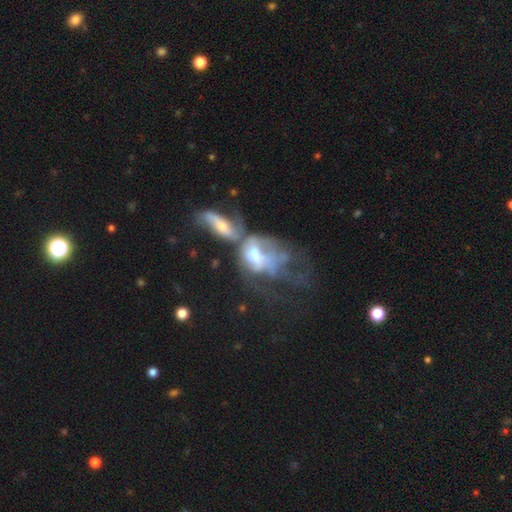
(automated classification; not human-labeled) This appears to be a featured or disk galaxy (61%) with no bar (72%), no spiral arms (62%) and a moderate central bulge (48%). Merging: merger (65%).